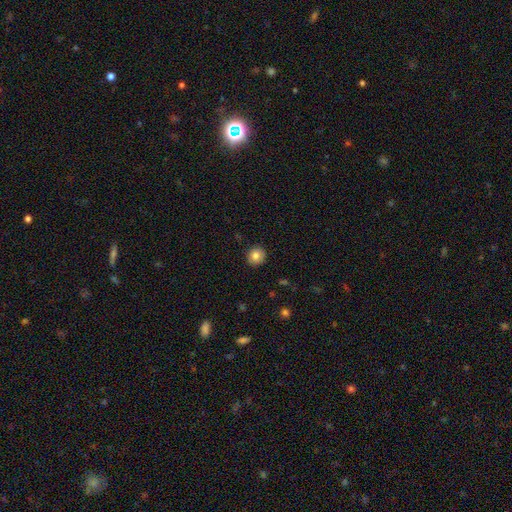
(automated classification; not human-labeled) This is clearly a smooth galaxy (81%). How rounded: clearly round (92%). Merging: clearly none (90%).